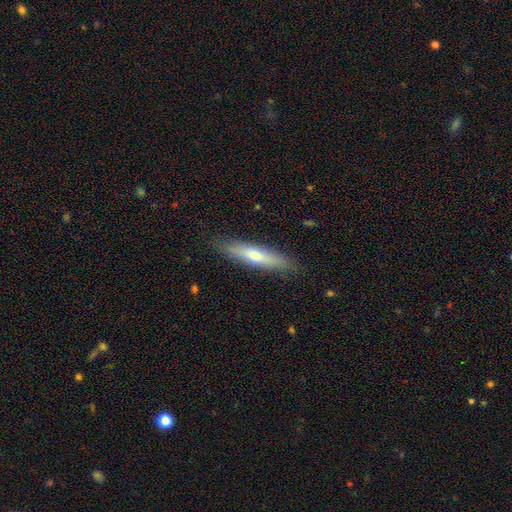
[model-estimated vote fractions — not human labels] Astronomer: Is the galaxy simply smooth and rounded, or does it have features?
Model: smooth — 60%.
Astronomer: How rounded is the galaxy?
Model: cigar-shaped — 83%.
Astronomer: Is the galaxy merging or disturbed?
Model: none — 87%.